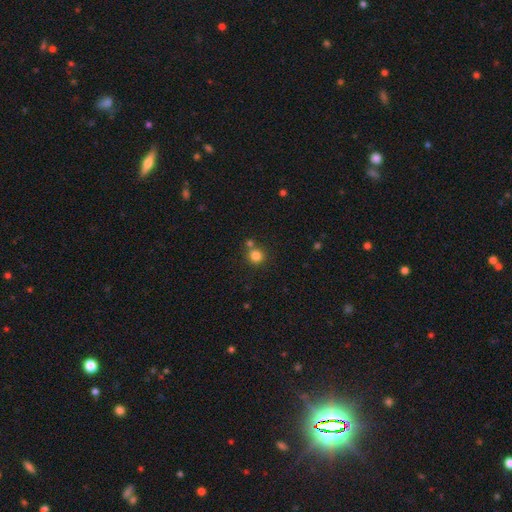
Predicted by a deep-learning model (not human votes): smooth-or-featured: smooth: 81% | star or artifact: 13% | featured or disk: 6%
  how-rounded: round: 92% | in between: 7% | cigar-shaped: 1%
  merging: none: 70% | merger: 19% | minor disturbance: 8% | major disturbance: 3%